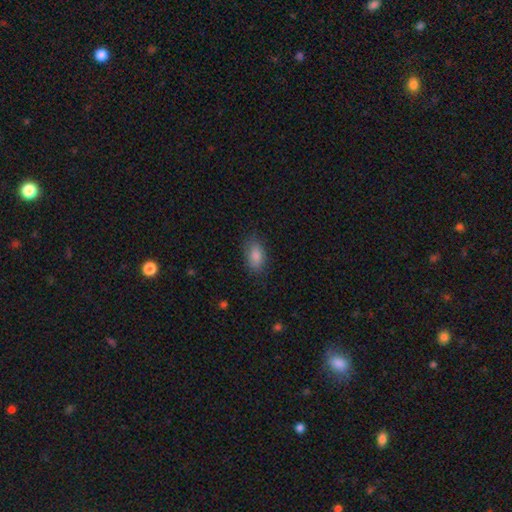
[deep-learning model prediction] This appears to be a smooth galaxy with no disk features (84%) that is in between round and cigar-shaped (90%). Merging: none (81%).